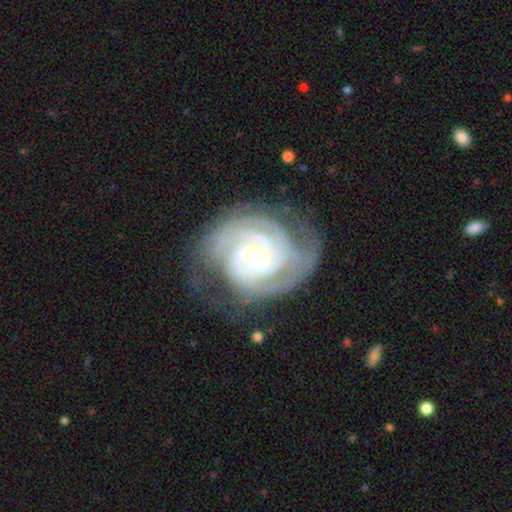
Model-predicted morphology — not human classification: A featured or disk galaxy (90%) with no bar (55%), 2 (30%) tight (71%) spiral arms (97%) and a moderate central bulge (59%).

Vote fractions:
- Smooth or featured? featured or disk: 90% / smooth: 5% / star or artifact: 5%
- Edge-on disk? no: 97% / yes: 3%
- Bar? no: 55% / weak: 34% / strong: 11%
- Spiral arms? yes: 97% / no: 3%
- Spiral winding? tight: 71% / medium: 24% / loose: 4%
- Spiral arm count? 2: 30% / 3: 28% / can't tell: 22% / 4: 10% / more than 4: 6% / 1: 5%
- Bulge size? moderate: 59% / small: 36% / large: 3% / none: 1% / dominant: 1%
- Merging? none: 65% / minor disturbance: 21% / major disturbance: 13% / merger: 1%